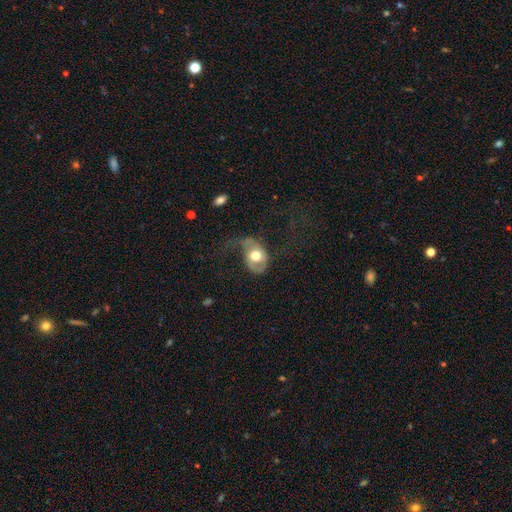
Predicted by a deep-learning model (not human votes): featured or disk 49%, smooth 45%, star or artifact 6%. Down the decision tree: merging — major disturbance (47%).